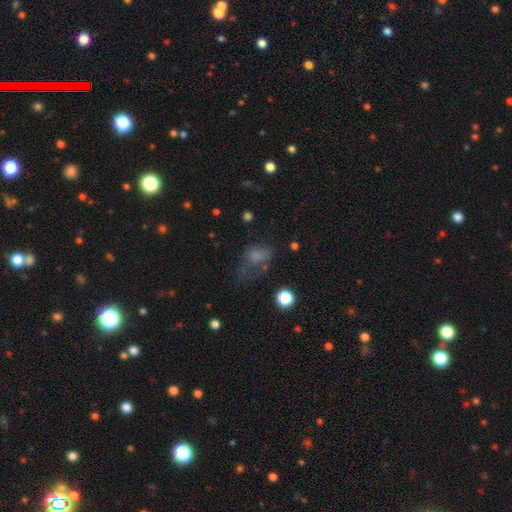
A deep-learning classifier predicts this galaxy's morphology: Smooth or featured? Predicted: smooth (p=0.59). How rounded? Predicted: in between (p=0.76). Merging? Predicted: major disturbance (p=0.41).